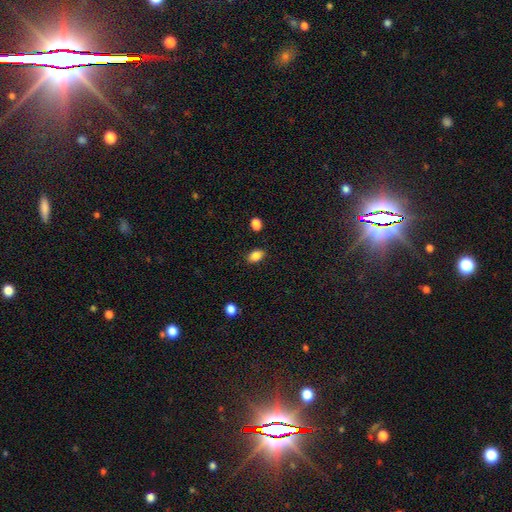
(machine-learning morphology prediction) This appears to be a smooth galaxy with no disk features (86%) that is in between round and cigar-shaped (87%). Merging: none (85%).